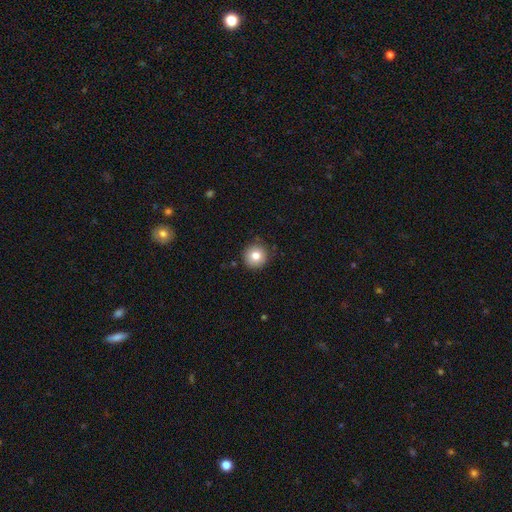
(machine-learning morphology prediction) Smooth or featured?
  - smooth: 80% *
  - star or artifact: 10%
  - featured or disk: 10%
How rounded?
  - round: 95% *
  - in between: 4%
  - cigar-shaped: 1%
Merging?
  - none: 89% *
  - minor disturbance: 8%
  - major disturbance: 2%
  - merger: 1%